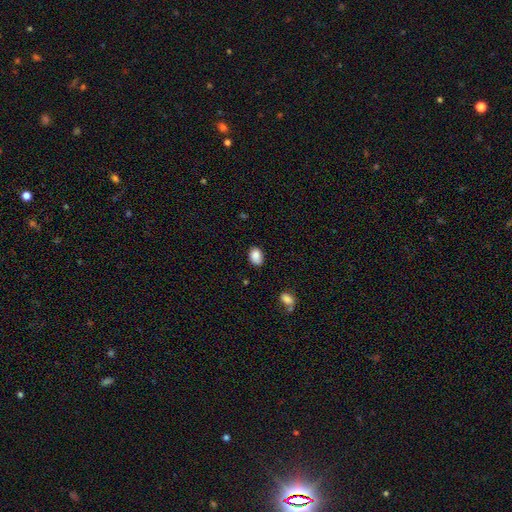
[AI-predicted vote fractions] A smooth galaxy with no disk features (87%) that is in between round and cigar-shaped (78%). Merging: none (78%).